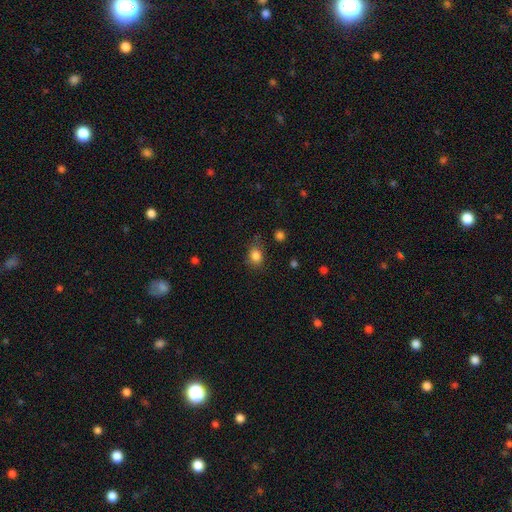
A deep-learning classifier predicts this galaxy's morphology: Smooth or featured? Predicted: smooth (p=0.83). How rounded? Predicted: round (p=0.50). Merging? Predicted: none (p=0.70).